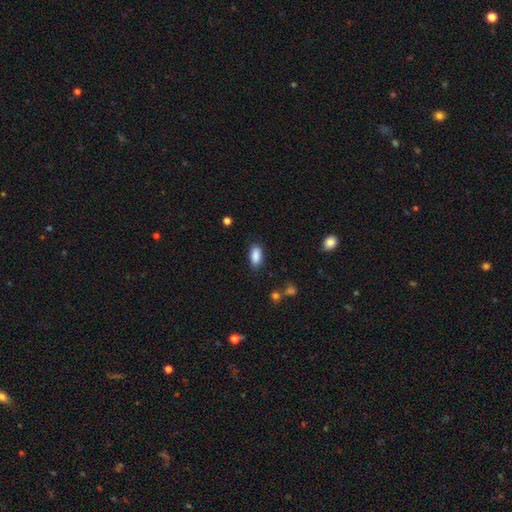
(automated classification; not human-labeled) Q: Smooth or featured?
A: smooth (89%); runner-up: star or artifact (7%)
Q: How rounded?
A: in between (89%); runner-up: cigar-shaped (8%)
Q: Merging?
A: none (83%); runner-up: minor disturbance (13%)